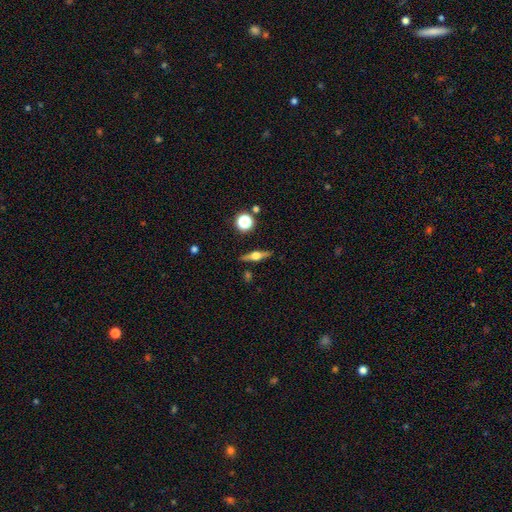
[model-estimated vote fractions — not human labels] smooth-or-featured: featured or disk: 67% | smooth: 25% | star or artifact: 8%
  disk-edge-on: yes: 96% | no: 4%
    edge-on-bulge: rounded: 93% | boxy: 5% | none: 2%
  merging: none: 88% | minor disturbance: 8% | major disturbance: 2% | merger: 2%